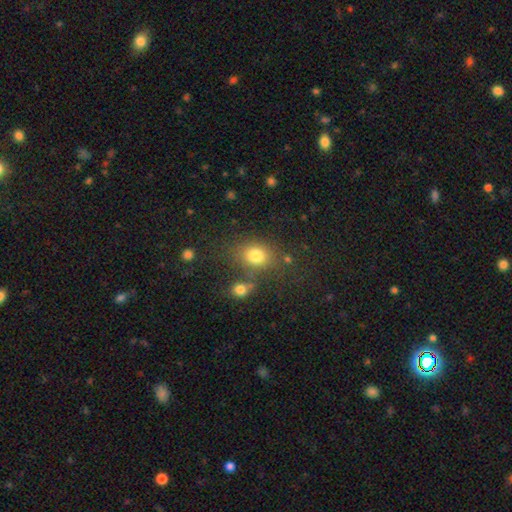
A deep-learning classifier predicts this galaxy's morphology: Overall: smooth (79%). How rounded: in between (55%; round 44%). Merging: none (67%).